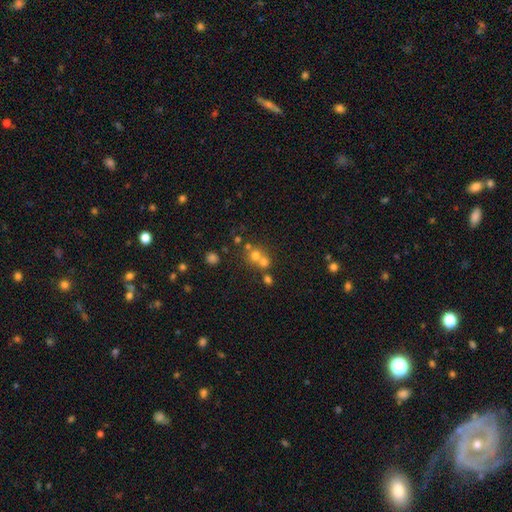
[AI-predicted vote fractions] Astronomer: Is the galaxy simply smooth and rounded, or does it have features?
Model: smooth — 62%.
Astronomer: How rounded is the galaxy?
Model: round — 85%.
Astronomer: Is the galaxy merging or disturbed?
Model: merger — 51% (runner-up: none, 40%).